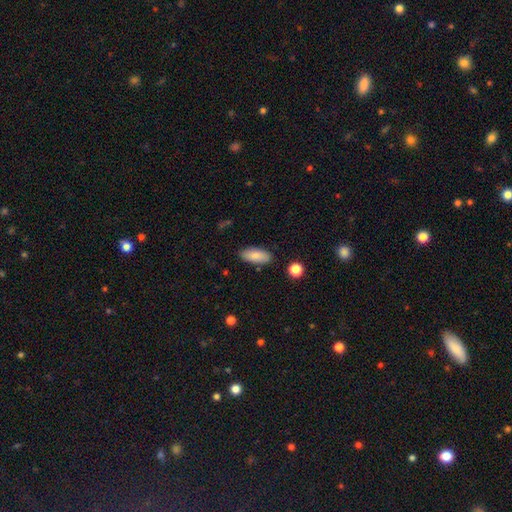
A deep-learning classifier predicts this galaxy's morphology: Overall: smooth (84%). How rounded: in between (85%). Merging: none (85%).